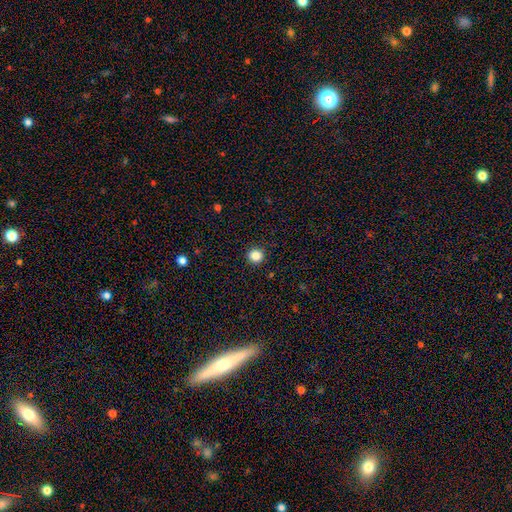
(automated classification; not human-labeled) smooth 85%, star or artifact 11%, featured or disk 3%. Down the decision tree: how rounded — round (92%); merging — none (92%).